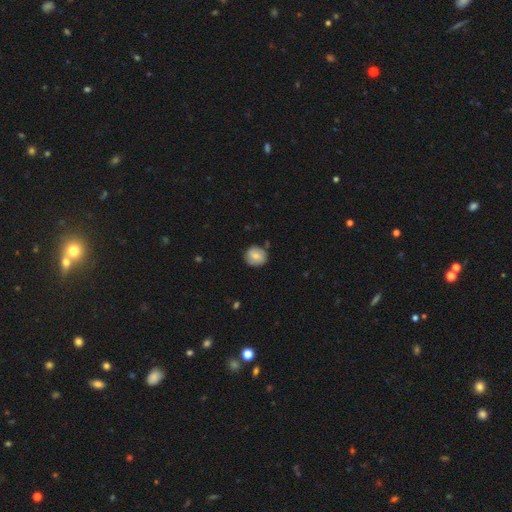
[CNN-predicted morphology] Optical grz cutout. It shows a smooth galaxy with no disk features (69%) that is round (84%). Merging: none (79%).